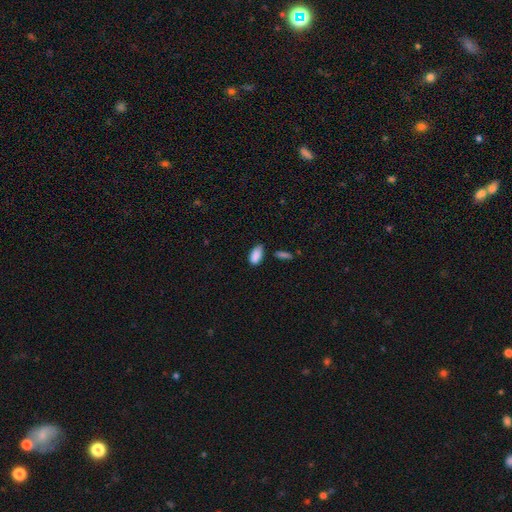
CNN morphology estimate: smooth 88%, star or artifact 7%, featured or disk 4%. Down the decision tree: how rounded — in between (91%); merging — none (69%).